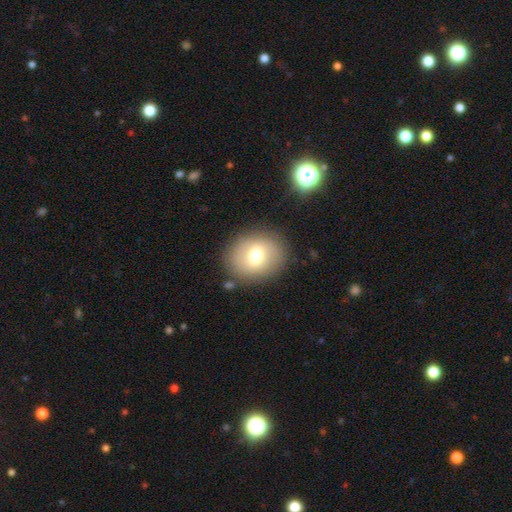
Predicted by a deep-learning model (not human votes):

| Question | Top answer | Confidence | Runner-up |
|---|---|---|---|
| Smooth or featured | smooth | 67% | featured or disk (24%) |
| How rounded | round | 63% | in between (36%) |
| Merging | none | 83% | minor disturbance (10%) |